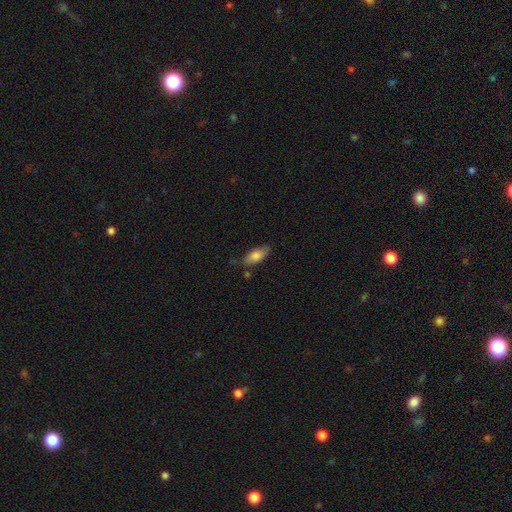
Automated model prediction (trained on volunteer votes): Smooth or featured?
  - smooth: 80% *
  - featured or disk: 14%
  - star or artifact: 7%
How rounded?
  - in between: 82% *
  - cigar-shaped: 16%
  - round: 2%
Merging?
  - none: 73% *
  - minor disturbance: 19%
  - major disturbance: 4%
  - merger: 3%